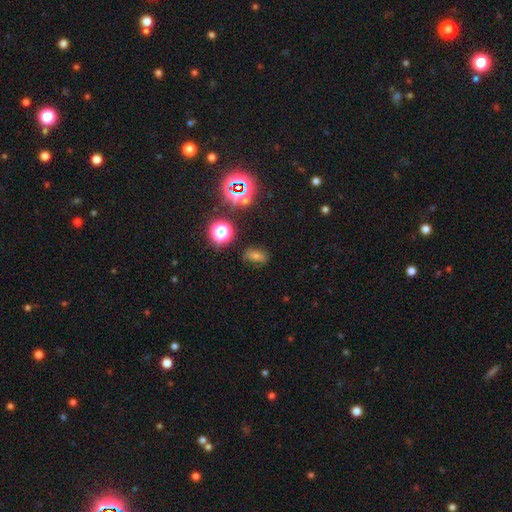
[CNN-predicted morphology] Smooth or featured?
  - smooth: 58% *
  - star or artifact: 29%
  - featured or disk: 13%
How rounded?
  - in between: 77% *
  - round: 19%
  - cigar-shaped: 3%
Merging?
  - none: 77% *
  - minor disturbance: 15%
  - major disturbance: 5%
  - merger: 3%